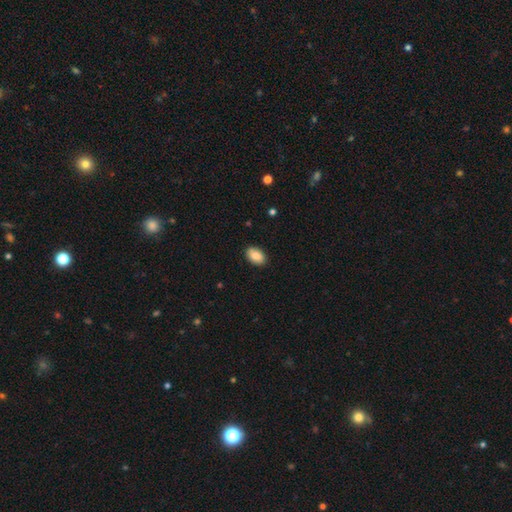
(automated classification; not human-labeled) smooth-or-featured: smooth: 88% | star or artifact: 7% | featured or disk: 5%
  how-rounded: in between: 91% | round: 7% | cigar-shaped: 1%
  merging: none: 88% | minor disturbance: 9% | major disturbance: 2% | merger: 1%